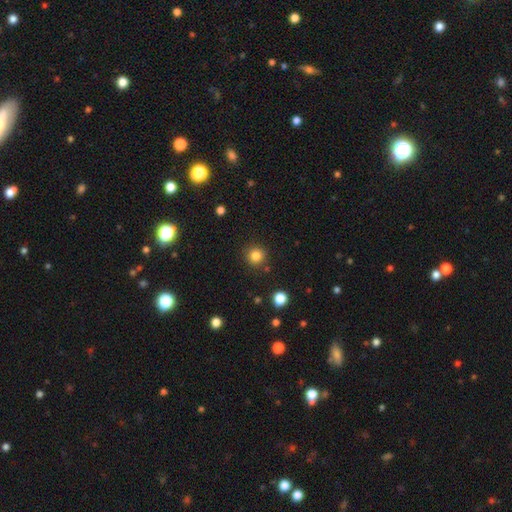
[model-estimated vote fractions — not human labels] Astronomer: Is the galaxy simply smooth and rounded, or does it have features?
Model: smooth — 83%.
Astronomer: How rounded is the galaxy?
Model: round — 93%.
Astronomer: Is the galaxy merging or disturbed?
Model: none — 88%.